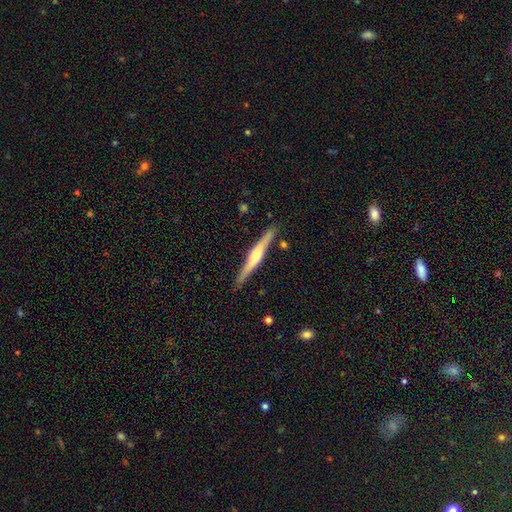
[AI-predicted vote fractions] Smooth or featured?
  - featured or disk: 67% *
  - smooth: 28%
  - star or artifact: 5%
Edge-on disk?
  - yes: 97% *
  - no: 3%
Edge-on bulge?
  - rounded: 68% *
  - boxy: 19%
  - none: 13%
Merging?
  - none: 86% *
  - minor disturbance: 10%
  - merger: 2%
  - major disturbance: 2%